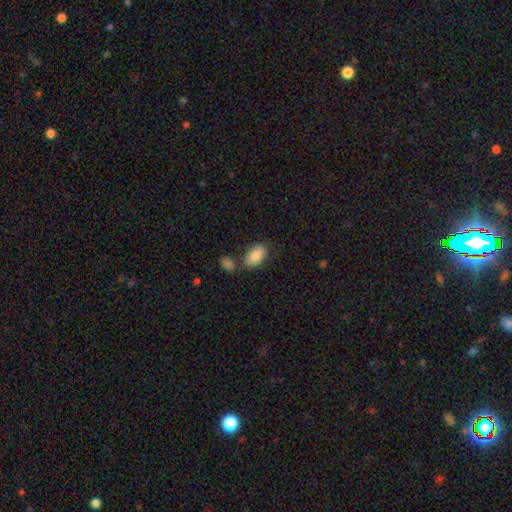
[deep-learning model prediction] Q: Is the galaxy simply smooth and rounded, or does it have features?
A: smooth — 84%.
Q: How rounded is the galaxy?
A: in between — 93%.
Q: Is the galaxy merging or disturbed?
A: none — 58%.